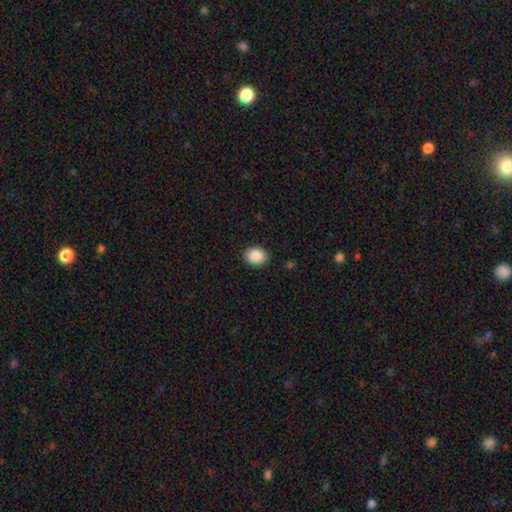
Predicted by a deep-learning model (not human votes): A smooth galaxy with no disk features (89%) that is in between round and cigar-shaped (53%). Merging: none (88%).